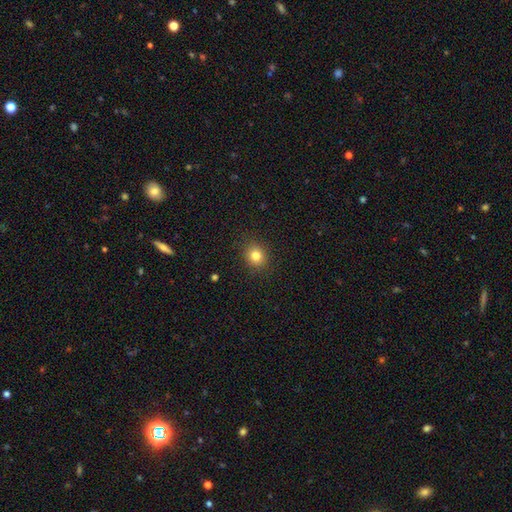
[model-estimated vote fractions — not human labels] smooth-or-featured: smooth: 82% | star or artifact: 12% | featured or disk: 6%
  how-rounded: round: 76% | in between: 23% | cigar-shaped: 1%
  merging: none: 89% | minor disturbance: 7% | major disturbance: 2% | merger: 1%